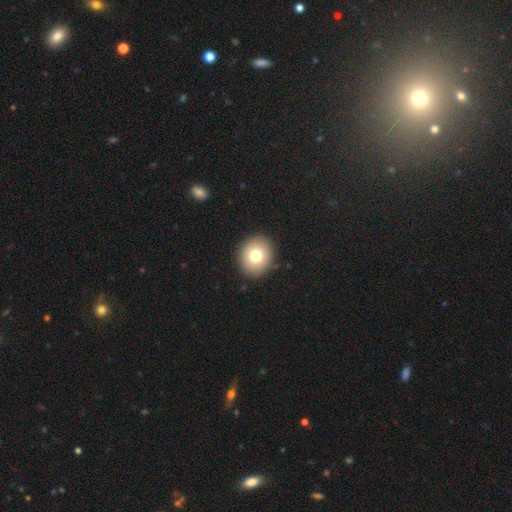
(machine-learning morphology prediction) Smooth or featured: smooth — 76% (featured or disk — 14%)
How rounded: round — 73% (in between — 26%)
Merging: none — 90% (minor disturbance — 7%)